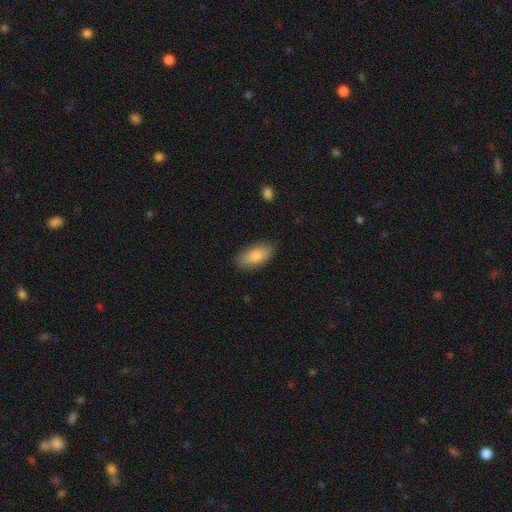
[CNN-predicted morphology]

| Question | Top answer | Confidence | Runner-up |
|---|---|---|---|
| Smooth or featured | smooth | 80% | featured or disk (14%) |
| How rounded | in between | 89% | cigar-shaped (9%) |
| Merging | none | 85% | minor disturbance (11%) |